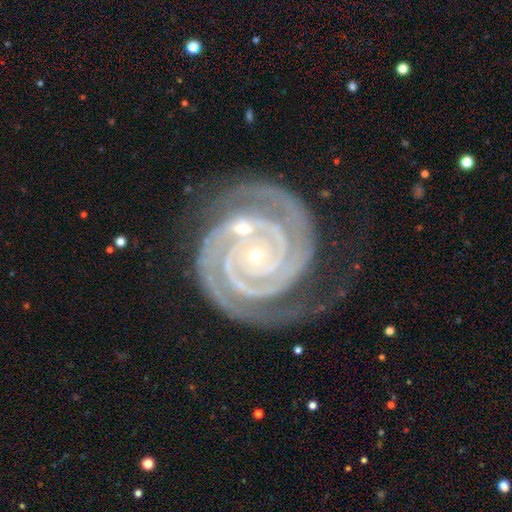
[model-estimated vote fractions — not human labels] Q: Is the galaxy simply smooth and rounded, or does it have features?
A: featured or disk — 93%.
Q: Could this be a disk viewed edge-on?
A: no — 98%.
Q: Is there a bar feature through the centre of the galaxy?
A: no — 75%.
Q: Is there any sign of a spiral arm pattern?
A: yes — 99%.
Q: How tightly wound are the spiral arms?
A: tight — 85%.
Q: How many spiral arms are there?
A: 2 — 73%.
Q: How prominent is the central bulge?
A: small — 85%.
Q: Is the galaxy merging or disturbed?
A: none — 61%.